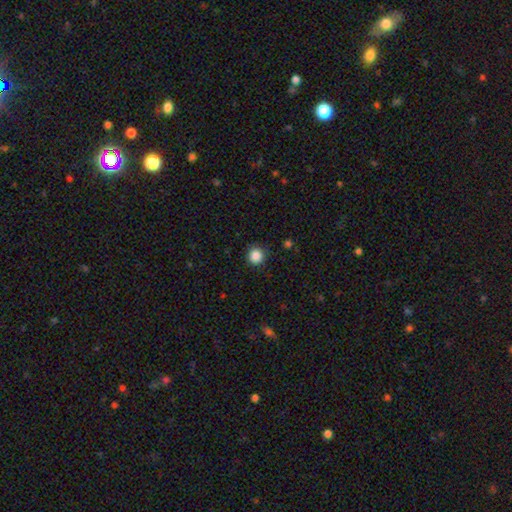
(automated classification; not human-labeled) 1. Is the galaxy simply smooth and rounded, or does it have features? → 86% smooth, 11% star or artifact, 3% featured or disk.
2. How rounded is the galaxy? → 94% round, 5% in between, 1% cigar-shaped.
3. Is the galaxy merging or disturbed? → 89% none, 7% minor disturbance, 2% major disturbance, 1% merger.